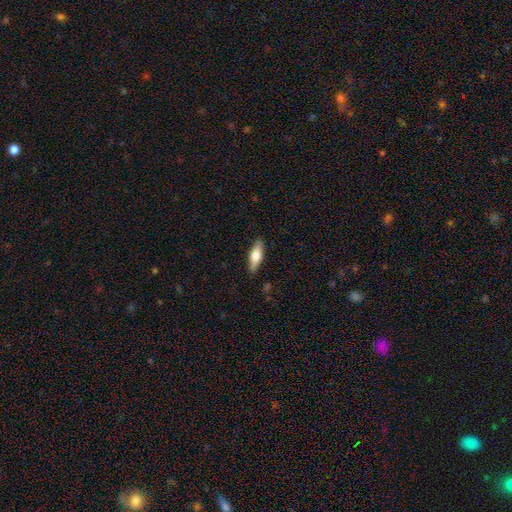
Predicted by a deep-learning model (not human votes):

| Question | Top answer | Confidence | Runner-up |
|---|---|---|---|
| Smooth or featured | smooth | 56% | featured or disk (38%) |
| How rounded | in between | 49% | cigar-shaped (48%) |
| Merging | none | 88% | minor disturbance (9%) |